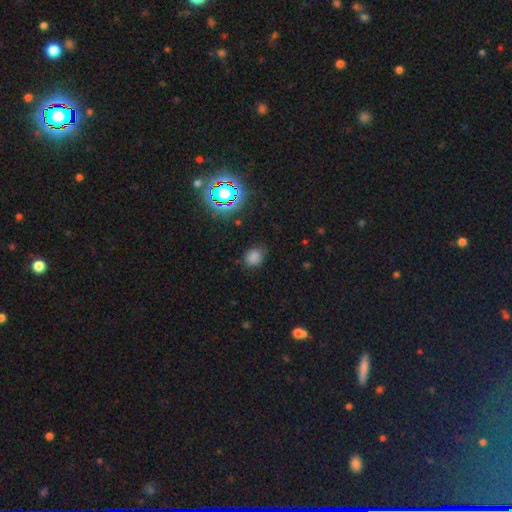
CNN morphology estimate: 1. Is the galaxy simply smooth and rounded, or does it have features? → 72% smooth, 22% star or artifact, 6% featured or disk.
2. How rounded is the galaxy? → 65% round, 34% in between, 1% cigar-shaped.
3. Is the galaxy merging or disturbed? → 77% none, 17% minor disturbance, 5% major disturbance, 1% merger.